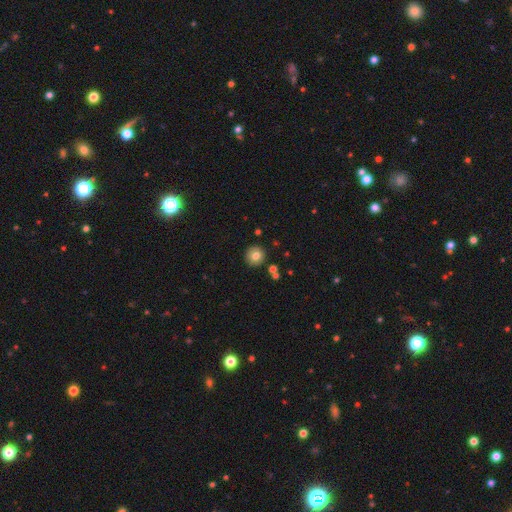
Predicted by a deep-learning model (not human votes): Smooth or featured?
  - smooth: 78% *
  - featured or disk: 11%
  - star or artifact: 11%
How rounded?
  - round: 93% *
  - in between: 6%
  - cigar-shaped: 1%
Merging?
  - none: 89% *
  - minor disturbance: 6%
  - merger: 3%
  - major disturbance: 2%